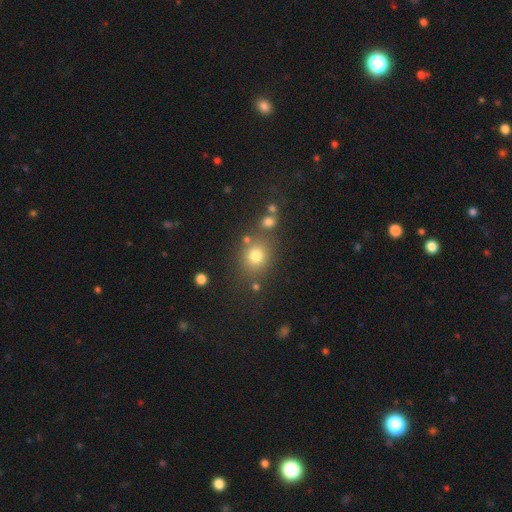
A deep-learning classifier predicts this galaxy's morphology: Smooth or featured: smooth — 77% (star or artifact — 15%)
How rounded: round — 76% (in between — 23%)
Merging: none — 72% (minor disturbance — 12%)